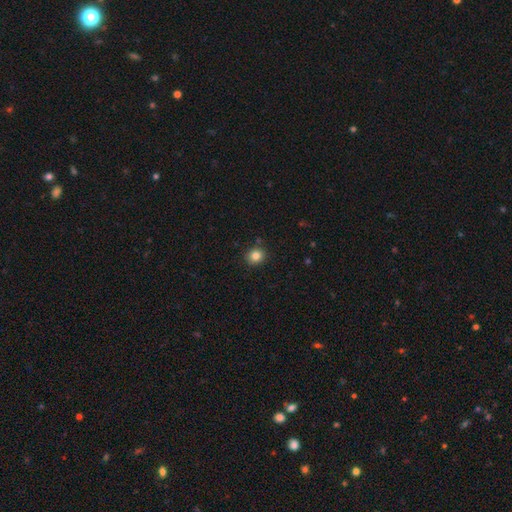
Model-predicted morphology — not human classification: Smooth or featured: smooth — 84% (star or artifact — 11%)
How rounded: round — 84% (in between — 15%)
Merging: none — 89% (minor disturbance — 7%)